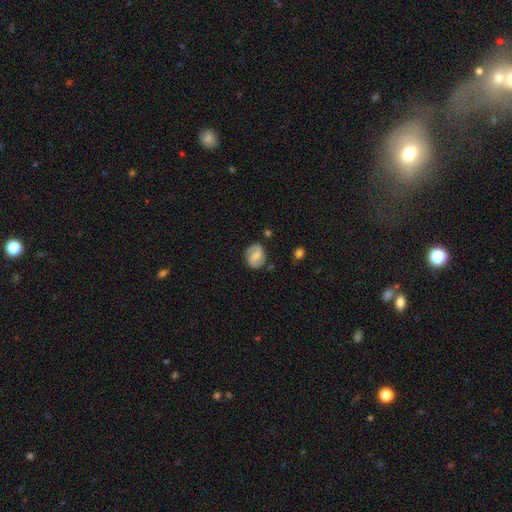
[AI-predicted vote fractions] Smooth or featured: featured or disk — 61% (smooth — 32%)
Edge-on disk: no — 97% (yes — 3%)
Bar: weak — 47% (no — 37%)
Spiral arms: yes — 92% (no — 8%)
Spiral winding: medium — 47% (loose — 27%)
Spiral arm count: 2 — 88% (can't tell — 6%)
Bulge size: small — 46% (moderate — 32%)
Merging: none — 75% (minor disturbance — 17%)